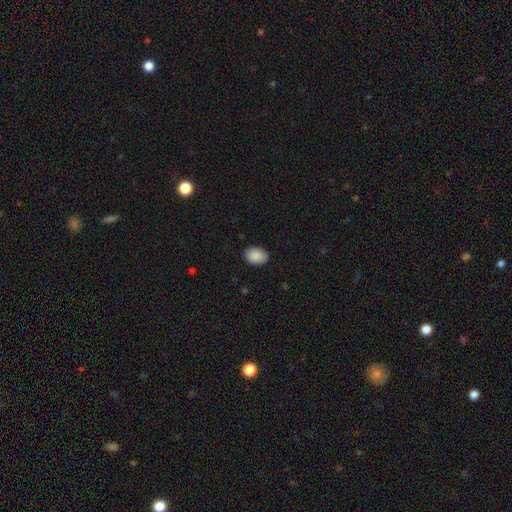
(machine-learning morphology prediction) Smooth or featured?
  - smooth: 90% *
  - star or artifact: 7%
  - featured or disk: 3%
How rounded?
  - in between: 76% *
  - round: 23%
  - cigar-shaped: 1%
Merging?
  - none: 86% *
  - minor disturbance: 11%
  - major disturbance: 2%
  - merger: 1%